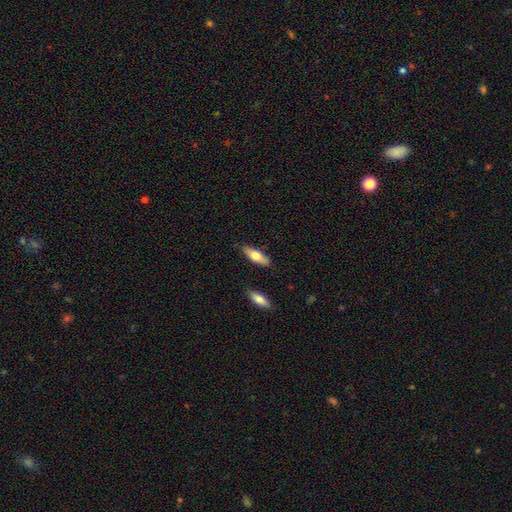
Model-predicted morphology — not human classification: A smooth galaxy with no disk features (65%) that is in between round and cigar-shaped (55%). Merging: none (83%).